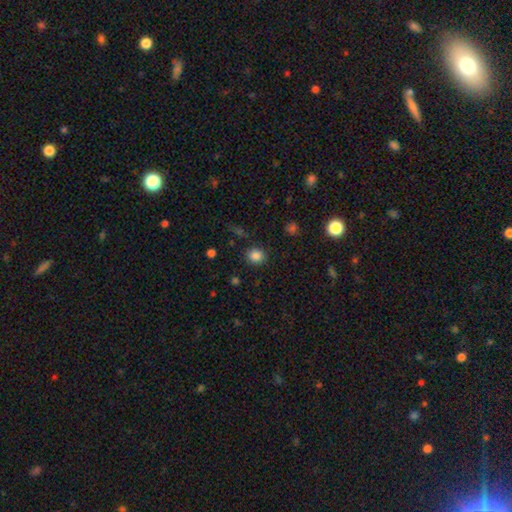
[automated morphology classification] A smooth galaxy with no disk features (84%) that is round (80%). Merging: none (87%).